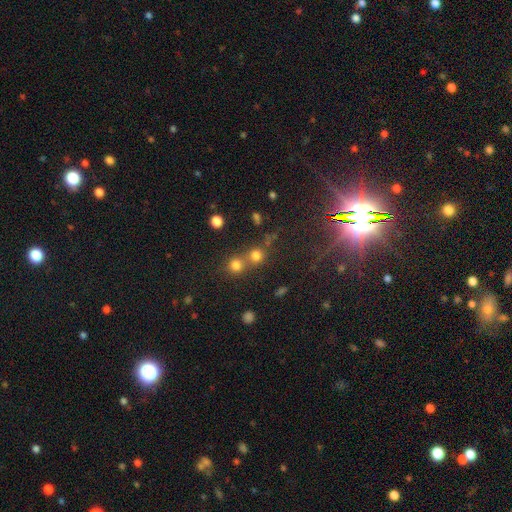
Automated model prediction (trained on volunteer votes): A smooth galaxy with no disk features (71%) that is round (89%). Merging: none (50%).